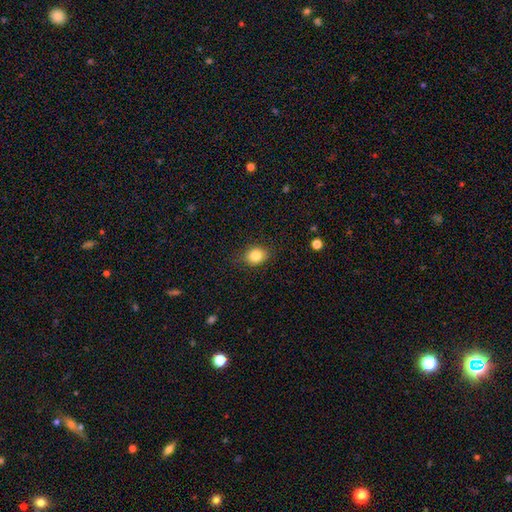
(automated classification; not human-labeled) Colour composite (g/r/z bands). It shows a smooth galaxy with no disk features (84%) that is round (54%). Merging: none (82%).